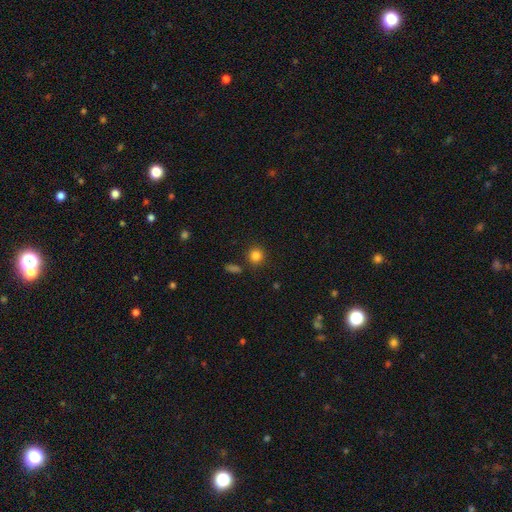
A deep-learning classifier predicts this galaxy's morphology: Overall: smooth (83%). How rounded: round (87%). Merging: none (84%).